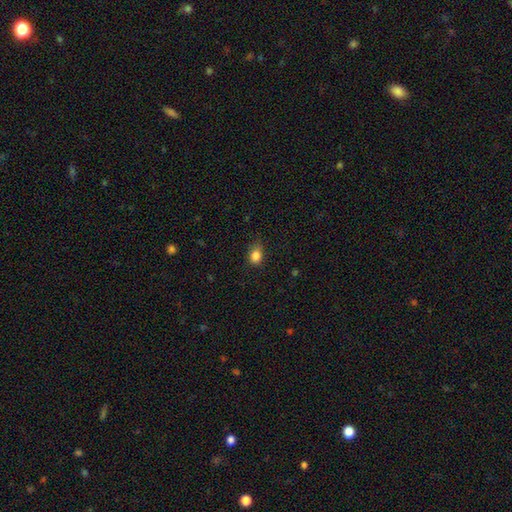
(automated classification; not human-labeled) Q: Smooth or featured?
A: smooth (85%); runner-up: star or artifact (10%)
Q: How rounded?
A: in between (65%); runner-up: round (33%)
Q: Merging?
A: none (70%); runner-up: minor disturbance (23%)